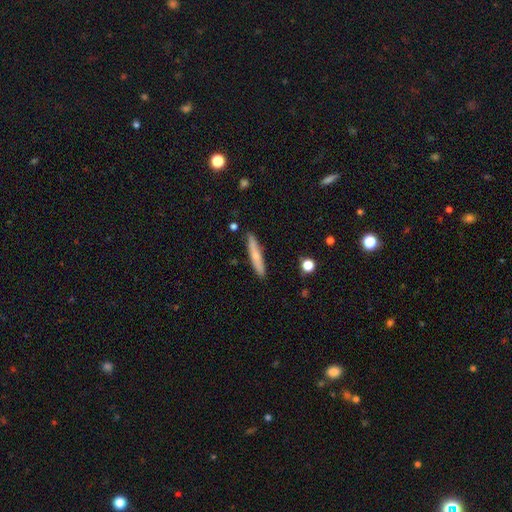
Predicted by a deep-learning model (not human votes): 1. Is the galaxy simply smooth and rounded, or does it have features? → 62% smooth, 32% featured or disk, 6% star or artifact.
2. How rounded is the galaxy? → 93% cigar-shaped, 6% in between, 1% round.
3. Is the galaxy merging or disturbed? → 88% none, 9% minor disturbance, 2% merger, 2% major disturbance.